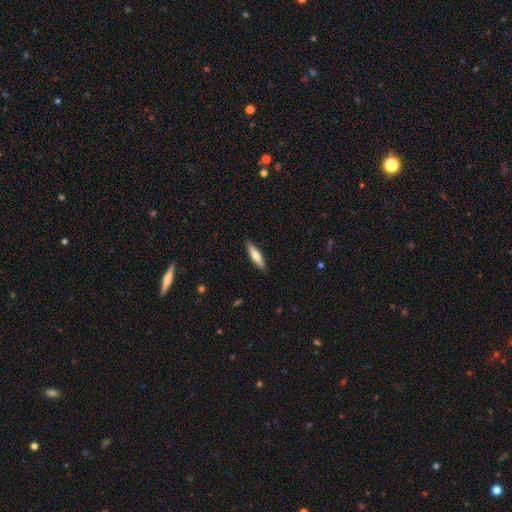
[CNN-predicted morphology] Smooth or featured? Predicted: smooth (p=0.69). How rounded? Predicted: cigar-shaped (p=0.76). Merging? Predicted: none (p=0.90).